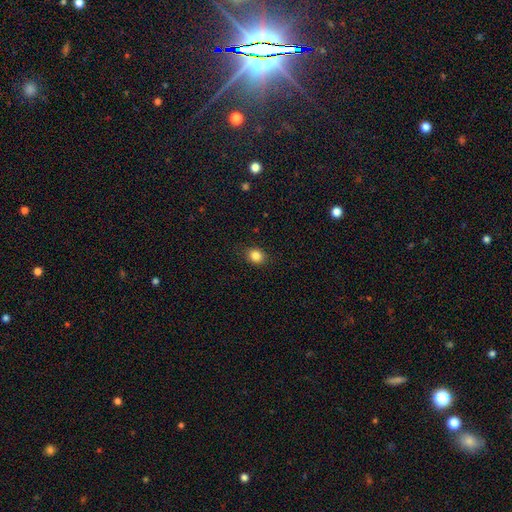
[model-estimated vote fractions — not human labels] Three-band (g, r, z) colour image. It shows a smooth galaxy with no disk features (84%) that is round (60%). Merging: none (87%).